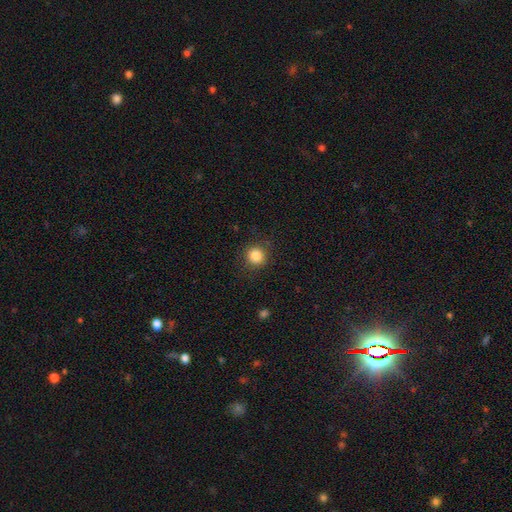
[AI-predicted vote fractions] The model was most divided on "smooth or featured": smooth: 85%, star or artifact: 11%, featured or disk: 5%. More confident: how rounded — round (91%); merging — none (88%).